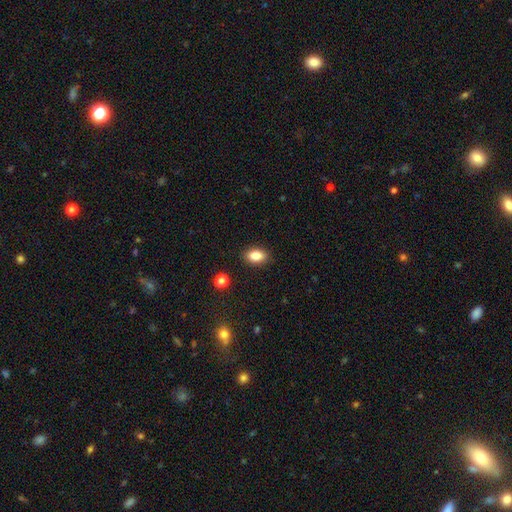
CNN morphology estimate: A smooth galaxy with no disk features (85%) that is in between round and cigar-shaped (88%).

Vote fractions:
- Smooth or featured? smooth: 85% / star or artifact: 9% / featured or disk: 6%
- How rounded? in between: 88% / round: 9% / cigar-shaped: 3%
- Merging? none: 88% / minor disturbance: 9% / major disturbance: 2% / merger: 1%